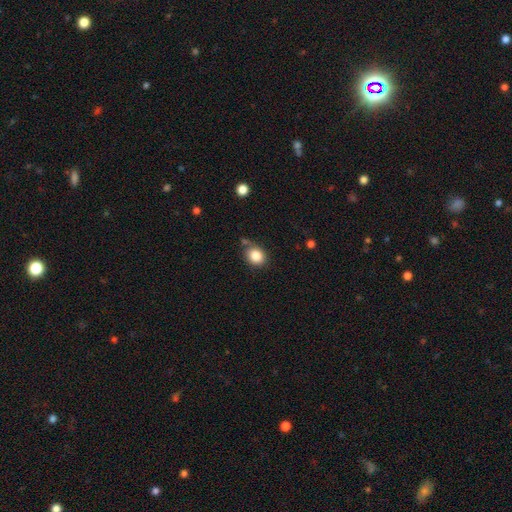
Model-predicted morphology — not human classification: A smooth galaxy with no disk features (85%) that is round (61%). Merging: none (72%).